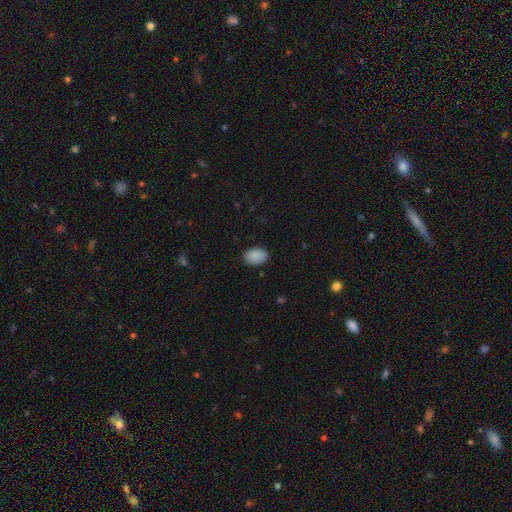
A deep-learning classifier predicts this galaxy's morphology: Smooth or featured: smooth — 89% (star or artifact — 7%)
How rounded: in between — 82% (round — 17%)
Merging: none — 86% (minor disturbance — 11%)